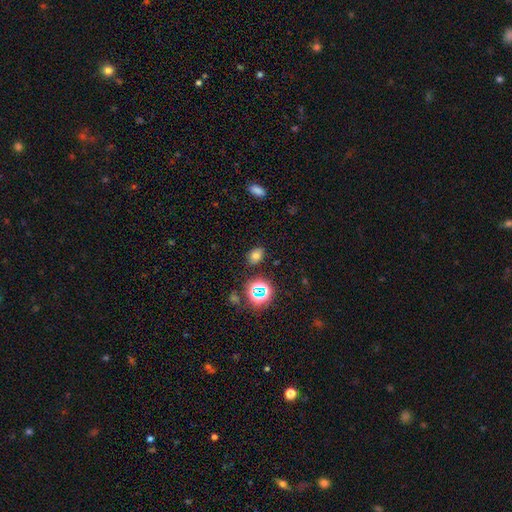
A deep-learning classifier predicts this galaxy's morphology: Smooth or featured: smooth — 70% (star or artifact — 21%)
How rounded: in between — 71% (round — 28%)
Merging: none — 84% (minor disturbance — 10%)